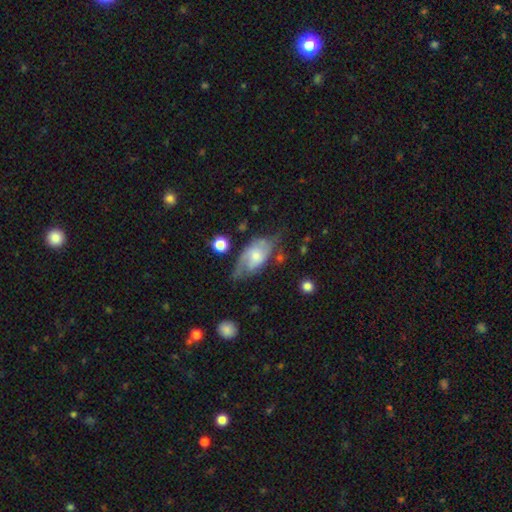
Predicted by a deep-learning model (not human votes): Overall: featured or disk (58%; smooth 36%). Edge-on disk: no (92%). Bar: no (67%; weak 28%). Spiral arms: yes (79%). Bulge size: small (48%; moderate 39%). Merging: none (39%; minor disturbance 32%).